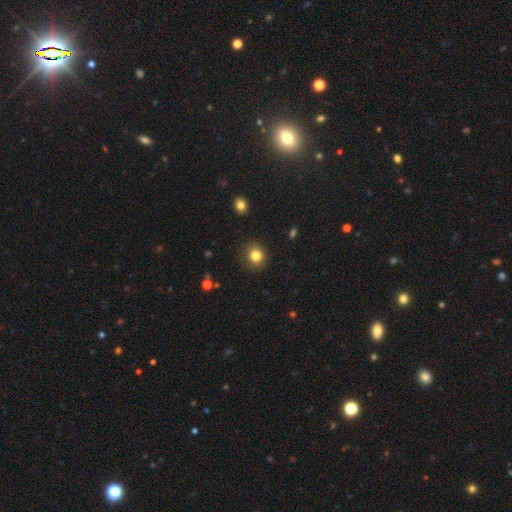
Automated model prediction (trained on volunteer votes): Q: Smooth or featured?
A: smooth (83%); runner-up: star or artifact (11%)
Q: How rounded?
A: round (82%); runner-up: in between (17%)
Q: Merging?
A: none (86%); runner-up: minor disturbance (10%)